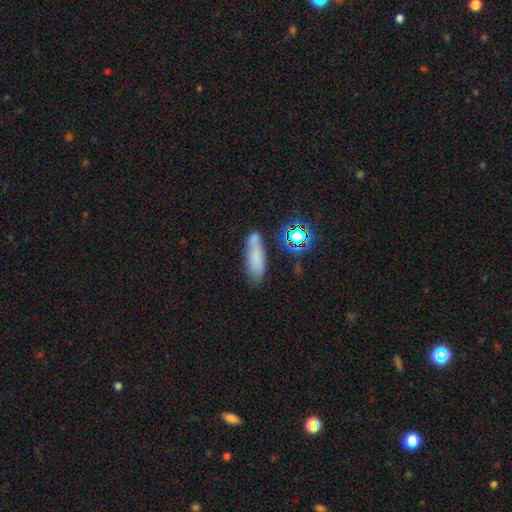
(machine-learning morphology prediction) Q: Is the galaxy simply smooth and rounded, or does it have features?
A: smooth — 68%.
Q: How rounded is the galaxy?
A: in between — 51%.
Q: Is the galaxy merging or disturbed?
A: none — 59%.